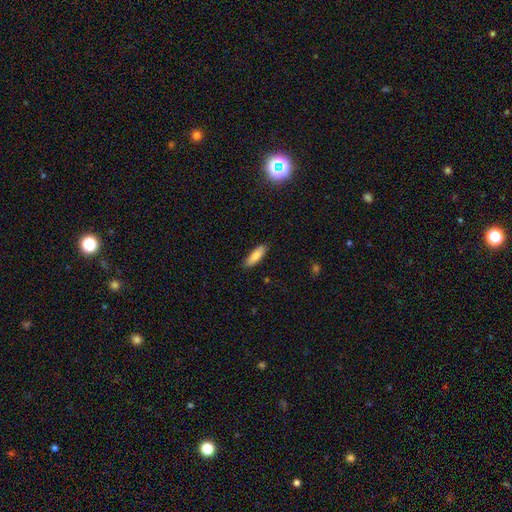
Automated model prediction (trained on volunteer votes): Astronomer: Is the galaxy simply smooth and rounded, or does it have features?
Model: smooth — 84%.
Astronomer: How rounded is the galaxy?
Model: in between — 53% (runner-up: cigar-shaped, 46%).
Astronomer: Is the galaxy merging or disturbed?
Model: none — 85%.